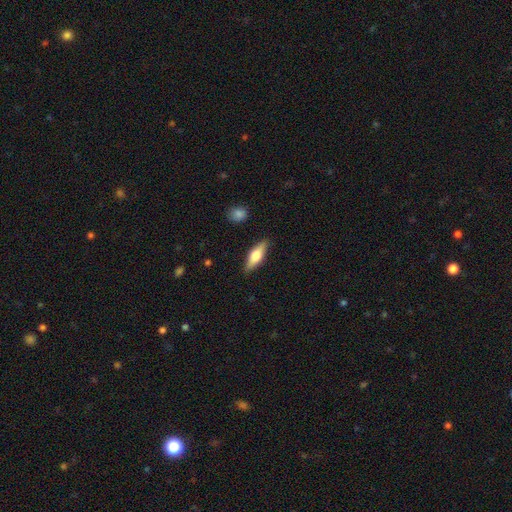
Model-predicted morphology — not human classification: smooth-or-featured: smooth: 58% | featured or disk: 36% | star or artifact: 6%
  how-rounded: in between: 55% | cigar-shaped: 42% | round: 3%
  merging: none: 87% | minor disturbance: 10% | major disturbance: 2% | merger: 1%